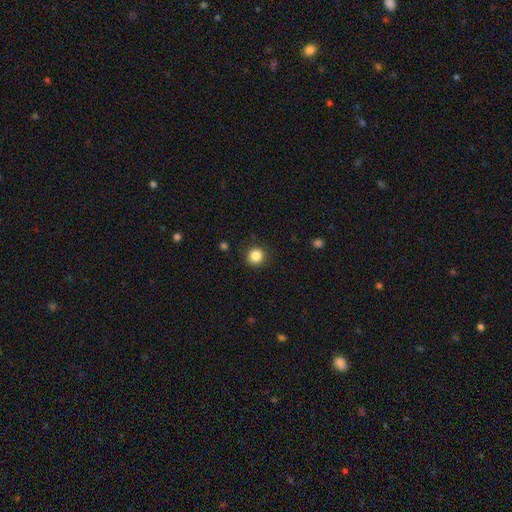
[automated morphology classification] Q: Smooth or featured?
A: smooth (85%); runner-up: star or artifact (11%)
Q: How rounded?
A: round (93%); runner-up: in between (6%)
Q: Merging?
A: none (91%); runner-up: minor disturbance (6%)